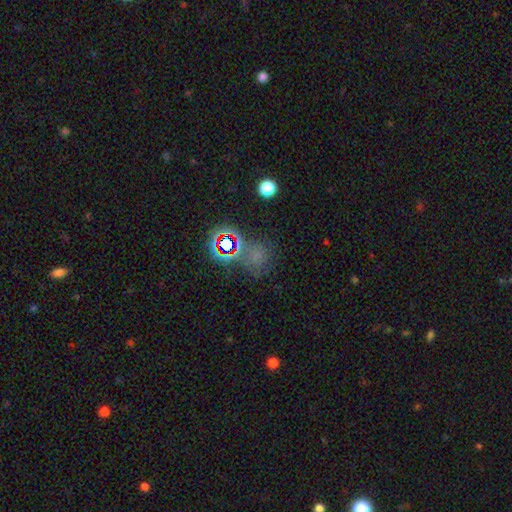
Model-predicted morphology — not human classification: This appears to be a smooth galaxy with no disk features (46%). Merging: none (64%).